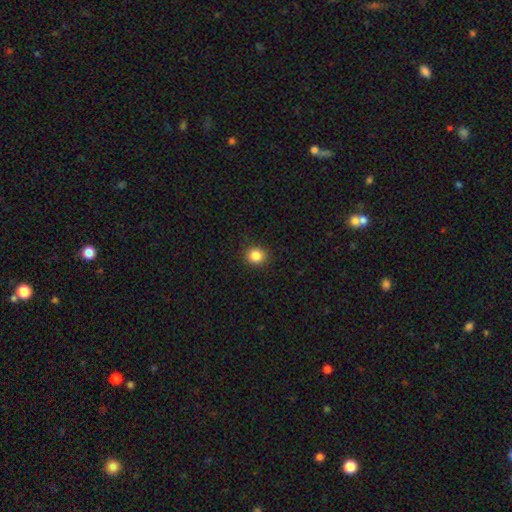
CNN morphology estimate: Overall: smooth (85%). How rounded: round (85%). Merging: none (91%).